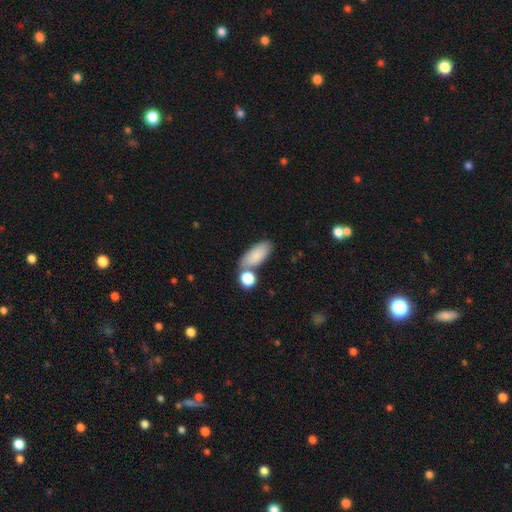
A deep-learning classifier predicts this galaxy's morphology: smooth-or-featured: smooth: 85% | featured or disk: 8% | star or artifact: 7%
  how-rounded: in between: 83% | cigar-shaped: 14% | round: 4%
  merging: none: 62% | merger: 20% | minor disturbance: 14% | major disturbance: 5%